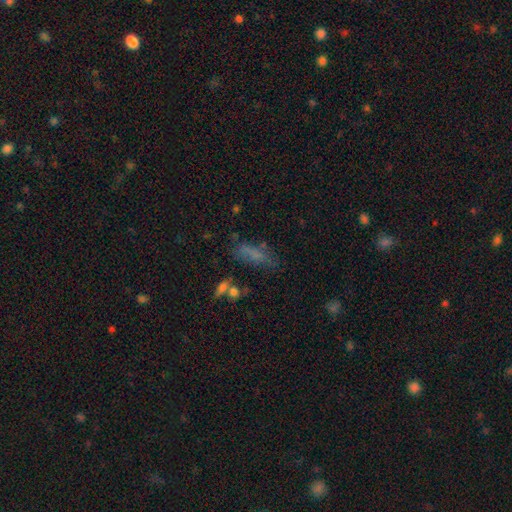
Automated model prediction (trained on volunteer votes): smooth_or_featured: smooth (p=0.52) [alt: star or artifact p=0.25]
how_rounded: in between (p=0.58) [alt: cigar-shaped p=0.36]
merging: none (p=0.58) [alt: minor disturbance p=0.20]